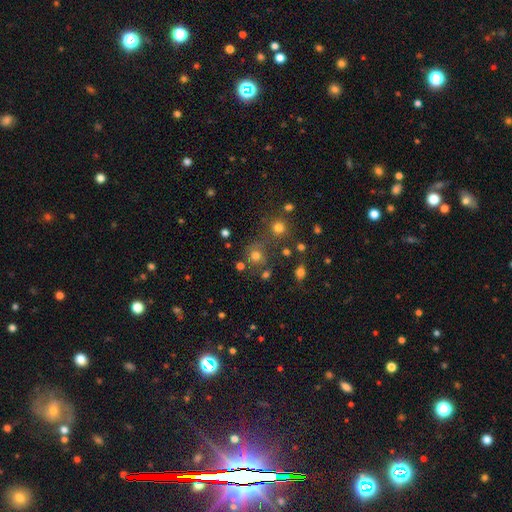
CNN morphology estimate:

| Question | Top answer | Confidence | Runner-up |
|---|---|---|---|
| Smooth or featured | smooth | 69% | star or artifact (22%) |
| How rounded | round | 86% | in between (13%) |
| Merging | none | 66% | merger (15%) |